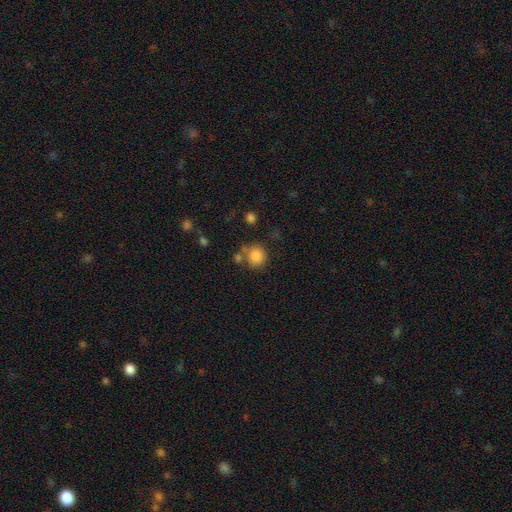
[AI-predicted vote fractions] Smooth or featured? smooth (85%)
How rounded? round (88%)
Merging? none (68%)